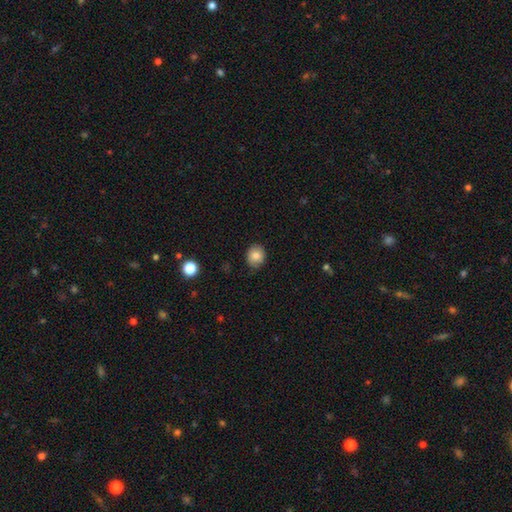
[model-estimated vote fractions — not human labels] Morphology: type=smooth (81%); roundness=round (69%); merging=none (79%).